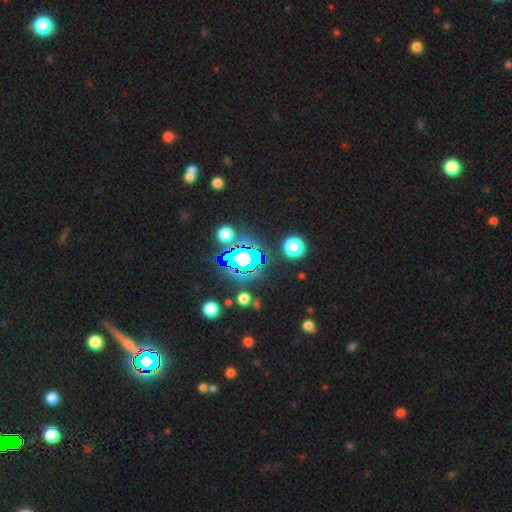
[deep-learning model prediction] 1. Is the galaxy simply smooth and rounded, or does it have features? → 83% star or artifact, 10% smooth, 7% featured or disk.